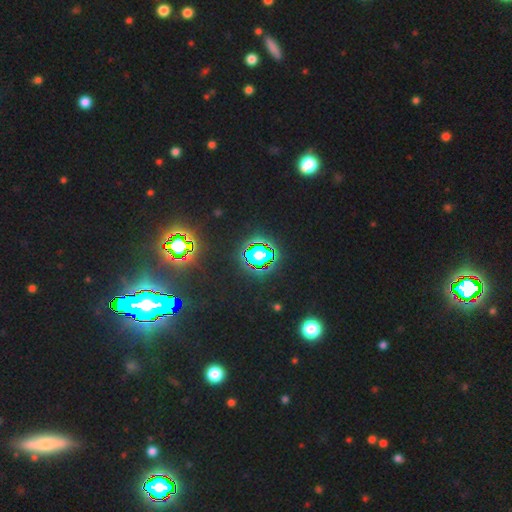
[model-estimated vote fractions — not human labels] A star or artifact, not a galaxy (83%).

Vote fractions:
- Smooth or featured? star or artifact: 83% / smooth: 10% / featured or disk: 7%